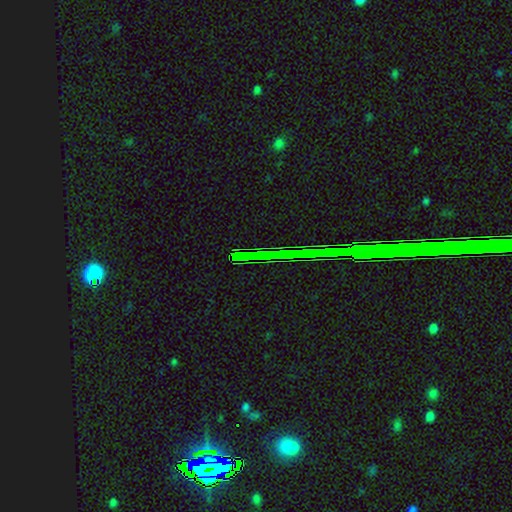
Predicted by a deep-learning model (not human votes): star or artifact 73%, smooth 15%, featured or disk 13%.